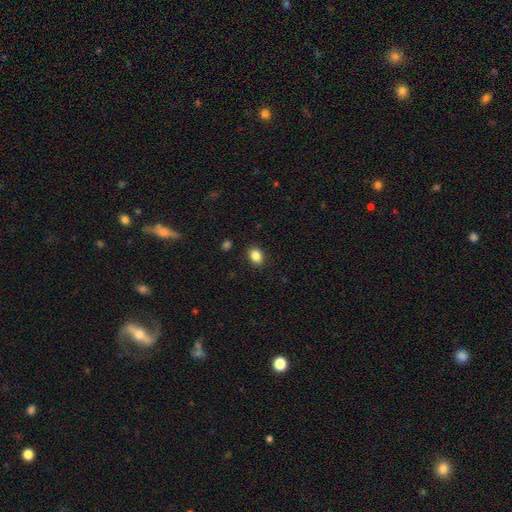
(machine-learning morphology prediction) Smooth or featured: smooth — 87% (star or artifact — 9%)
How rounded: in between — 65% (round — 34%)
Merging: none — 89% (minor disturbance — 8%)